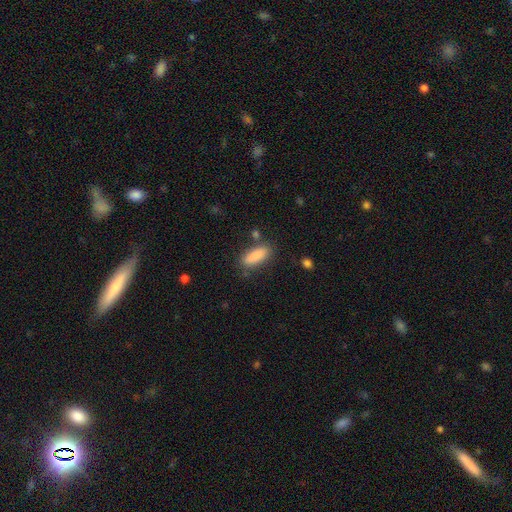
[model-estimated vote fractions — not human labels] A smooth galaxy with no disk features (88%) that is in between round and cigar-shaped (73%).

Vote fractions:
- Smooth or featured? smooth: 88% / star or artifact: 7% / featured or disk: 5%
- How rounded? in between: 73% / cigar-shaped: 25% / round: 2%
- Merging? none: 79% / minor disturbance: 13% / merger: 4% / major disturbance: 4%